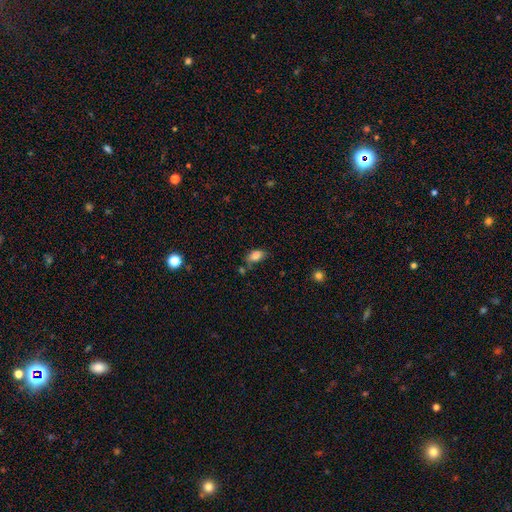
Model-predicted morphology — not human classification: Q: Smooth or featured?
A: smooth (82%); runner-up: star or artifact (9%)
Q: How rounded?
A: in between (90%); runner-up: round (7%)
Q: Merging?
A: none (59%); runner-up: minor disturbance (24%)